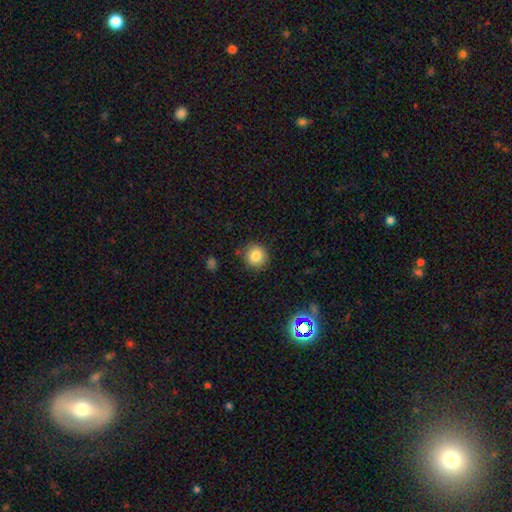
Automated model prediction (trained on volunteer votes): The model was most divided on "smooth or featured": smooth: 84%, star or artifact: 10%, featured or disk: 6%. More confident: how rounded — round (90%); merging — none (86%).